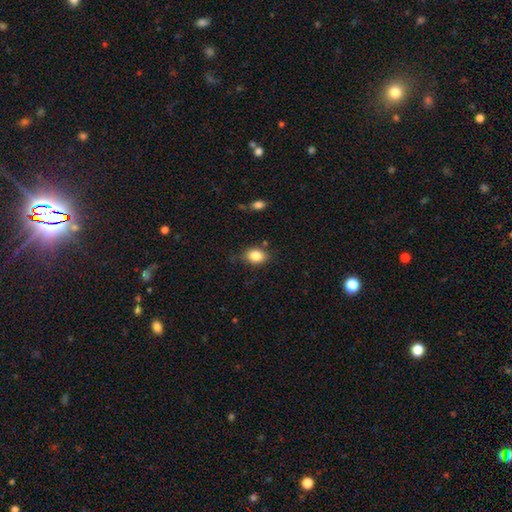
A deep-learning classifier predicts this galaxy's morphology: A smooth galaxy with no disk features (85%) that is in between round and cigar-shaped (69%). Merging: none (75%).